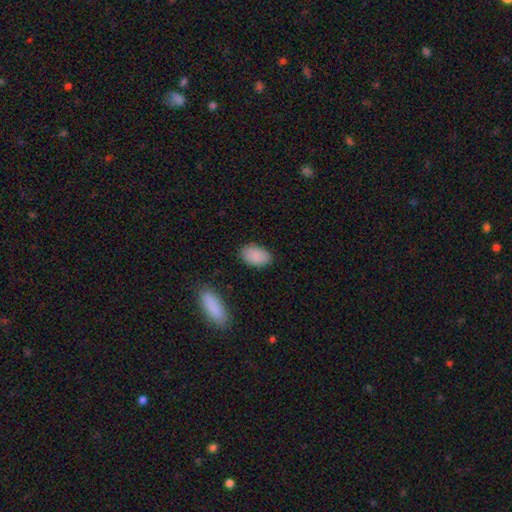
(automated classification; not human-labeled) smooth-or-featured: smooth: 89% | star or artifact: 7% | featured or disk: 4%
  how-rounded: in between: 92% | round: 6% | cigar-shaped: 1%
  merging: none: 84% | minor disturbance: 11% | major disturbance: 3% | merger: 2%